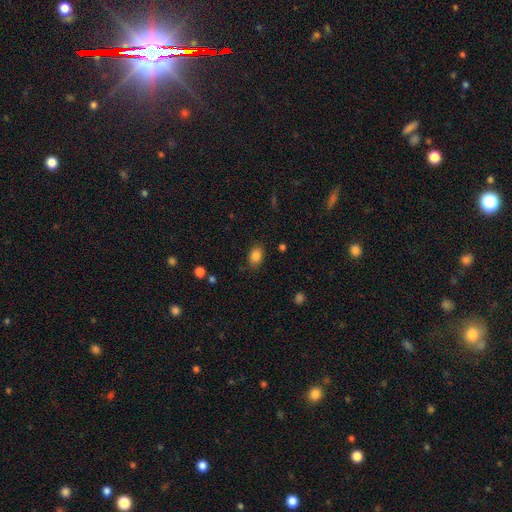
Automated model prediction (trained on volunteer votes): Smooth or featured? smooth (85%)
How rounded? in between (76%)
Merging? none (80%)